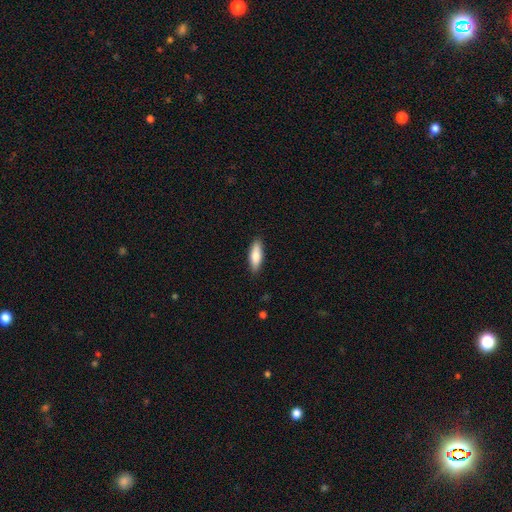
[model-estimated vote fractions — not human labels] A smooth galaxy with no disk features (81%) that is in between round and cigar-shaped (56%).

Vote fractions:
- Smooth or featured? smooth: 81% / featured or disk: 13% / star or artifact: 6%
- How rounded? in between: 56% / cigar-shaped: 42% / round: 2%
- Merging? none: 88% / minor disturbance: 9% / major disturbance: 2% / merger: 1%